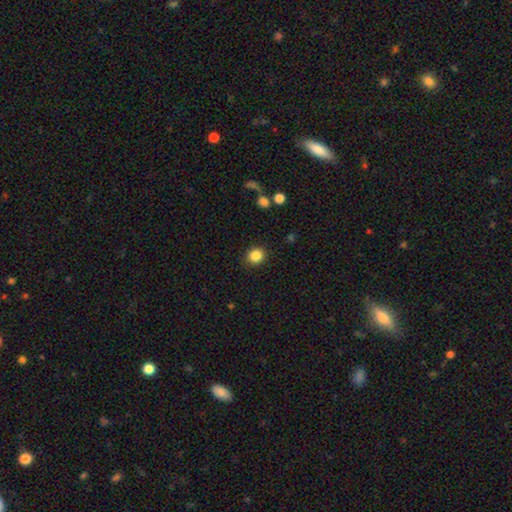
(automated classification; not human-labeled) A smooth galaxy with no disk features (86%) that is round (79%). Merging: none (89%).